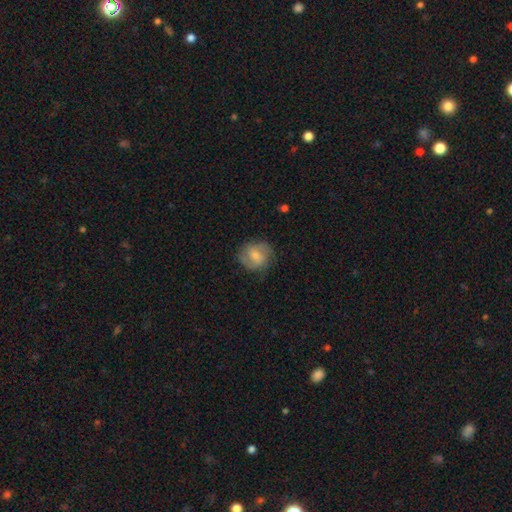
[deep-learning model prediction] Overall: smooth (52%; featured or disk 41%). How rounded: round (76%). Merging: none (72%).